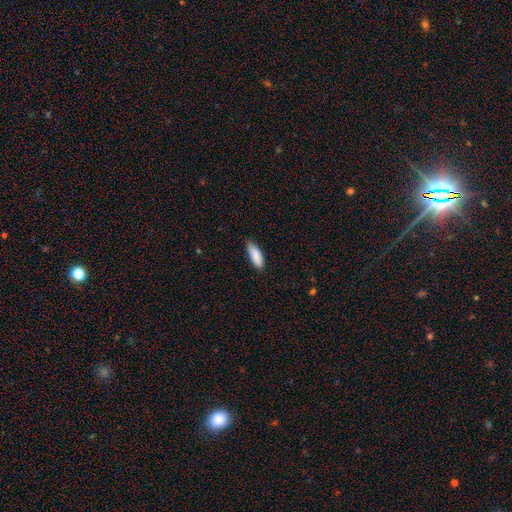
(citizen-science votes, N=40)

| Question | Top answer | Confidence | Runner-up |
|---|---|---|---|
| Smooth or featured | smooth | 92% | star or artifact (8%) |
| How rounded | in between | 70% | cigar-shaped (30%) |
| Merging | none | 78% | minor disturbance (19%) |